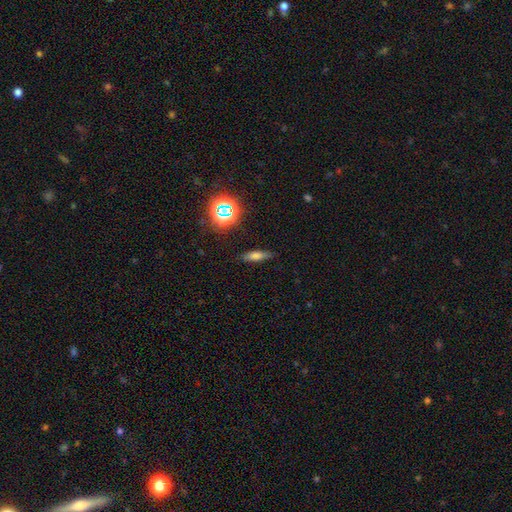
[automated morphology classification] Q: Smooth or featured?
A: smooth (68%); runner-up: star or artifact (16%)
Q: How rounded?
A: cigar-shaped (53%); runner-up: in between (43%)
Q: Merging?
A: none (82%); runner-up: minor disturbance (13%)